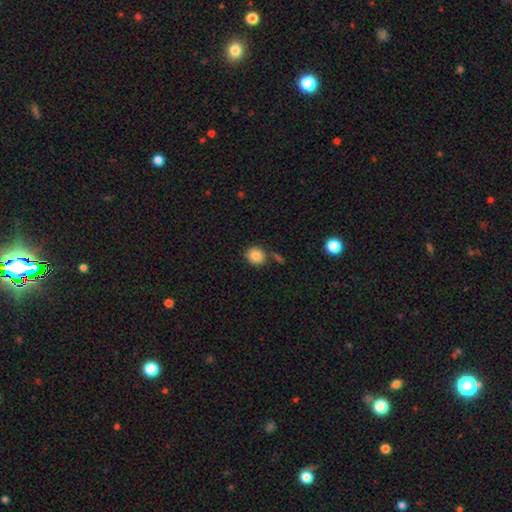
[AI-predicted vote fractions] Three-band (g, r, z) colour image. It shows a smooth galaxy with no disk features (85%) that is round (77%). Merging: none (75%).